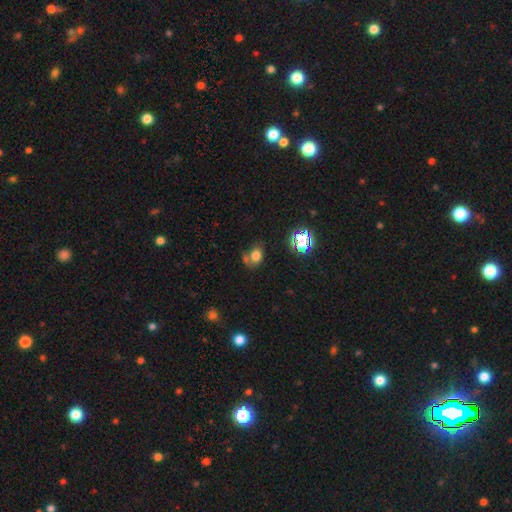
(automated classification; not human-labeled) smooth_or_featured: smooth (p=0.70) [alt: star or artifact p=0.18]
how_rounded: in between (p=0.55) [alt: round p=0.44]
merging: none (p=0.47) [alt: merger p=0.28]